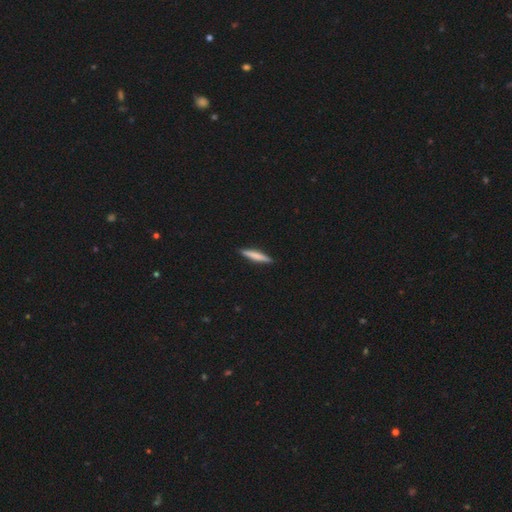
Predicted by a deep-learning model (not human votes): Smooth or featured?
  - smooth: 70% *
  - featured or disk: 25%
  - star or artifact: 5%
How rounded?
  - cigar-shaped: 92% *
  - in between: 6%
  - round: 1%
Merging?
  - none: 91% *
  - minor disturbance: 6%
  - major disturbance: 1%
  - merger: 1%